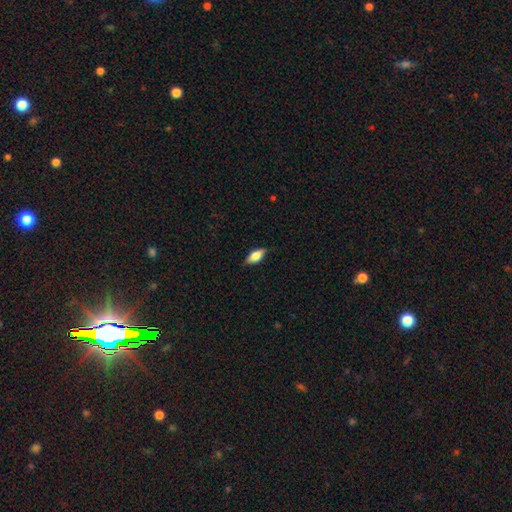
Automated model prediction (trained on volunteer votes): Smooth or featured?
  - smooth: 64% *
  - featured or disk: 29%
  - star or artifact: 7%
How rounded?
  - in between: 82% *
  - cigar-shaped: 14%
  - round: 4%
Merging?
  - none: 84% *
  - minor disturbance: 13%
  - major disturbance: 2%
  - merger: 1%